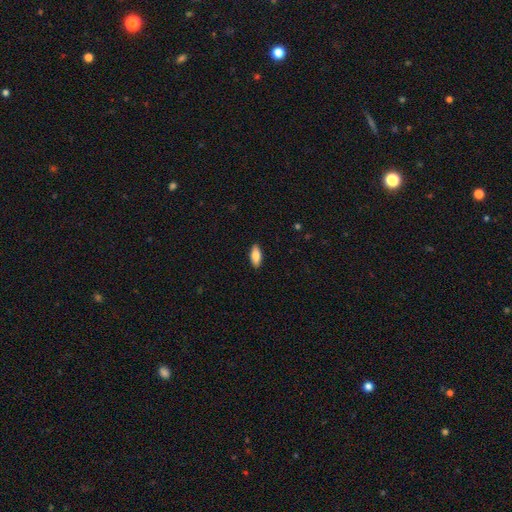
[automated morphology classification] Smooth or featured: smooth — 82% (featured or disk — 13%)
How rounded: in between — 80% (cigar-shaped — 18%)
Merging: none — 90% (minor disturbance — 7%)